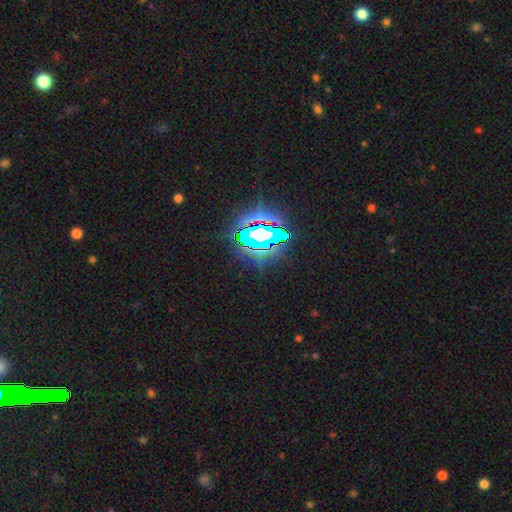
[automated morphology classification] This is clearly a star or artifact rather than a galaxy (86%).